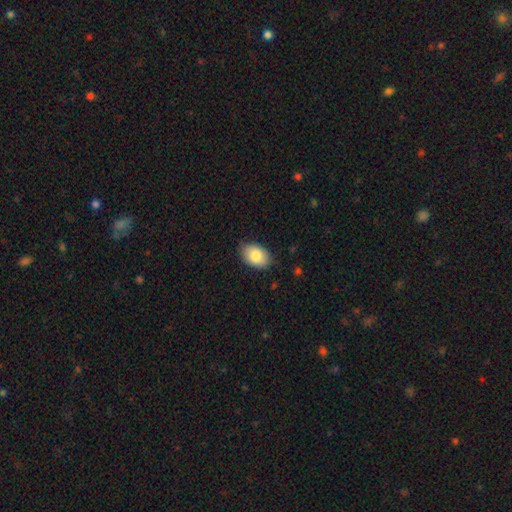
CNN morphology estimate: A smooth galaxy with no disk features (84%) that is in between round and cigar-shaped (88%). Merging: none (81%).